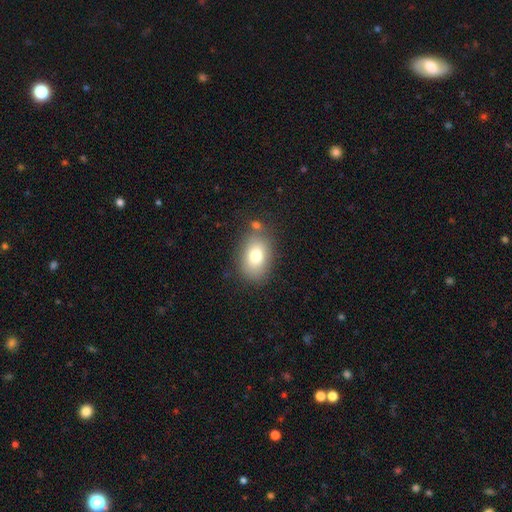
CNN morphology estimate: The model was most divided on "merging": none: 76%, minor disturbance: 13%, merger: 7%, major disturbance: 4%. More confident: how rounded — in between (86%); smooth or featured — smooth (78%).